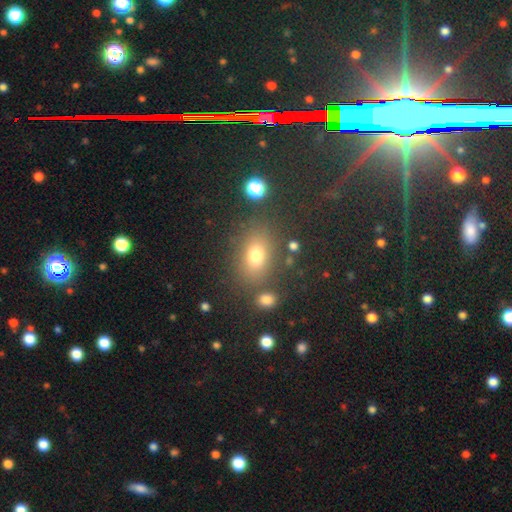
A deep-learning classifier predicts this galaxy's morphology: Overall: smooth (73%). How rounded: in between (71%). Merging: none (77%).